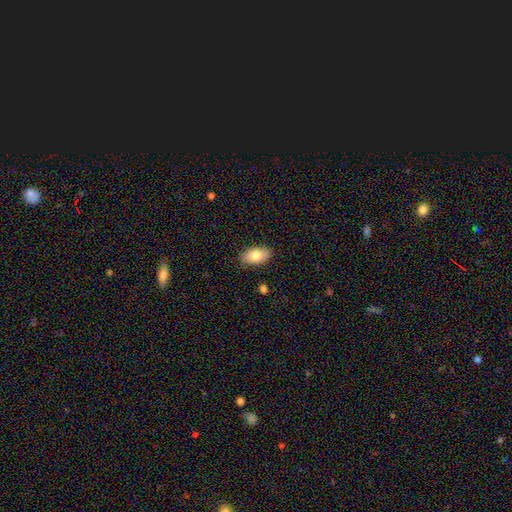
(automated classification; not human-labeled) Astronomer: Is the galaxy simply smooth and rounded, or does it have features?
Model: smooth — 79%.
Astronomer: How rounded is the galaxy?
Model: in between — 93%.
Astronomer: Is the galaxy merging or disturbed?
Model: none — 86%.